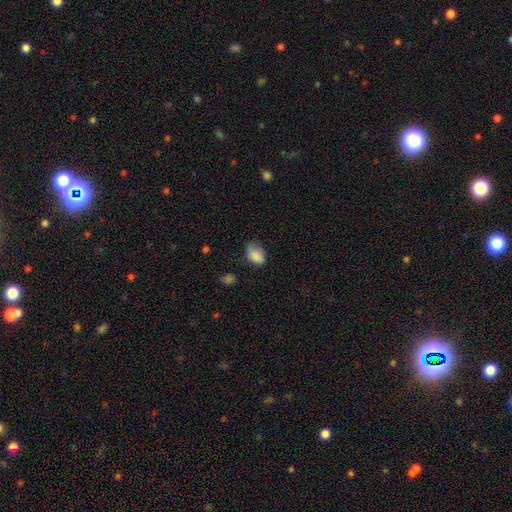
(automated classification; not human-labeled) Morphology: type=smooth (86%); roundness=in between (81%); merging=none (53%).